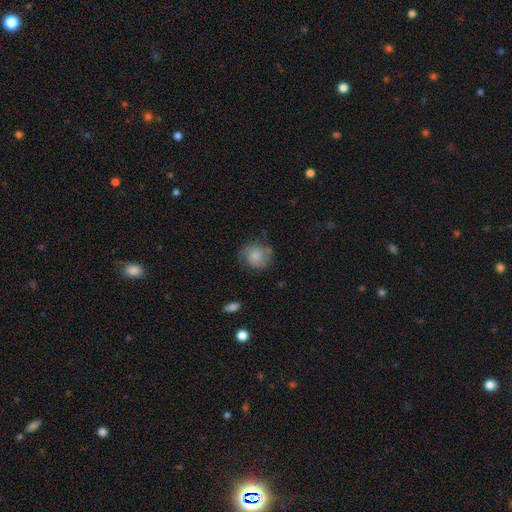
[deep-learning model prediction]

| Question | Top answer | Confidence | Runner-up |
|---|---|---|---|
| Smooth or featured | smooth | 58% | featured or disk (33%) |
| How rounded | round | 80% | in between (19%) |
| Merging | none | 58% | minor disturbance (26%) |